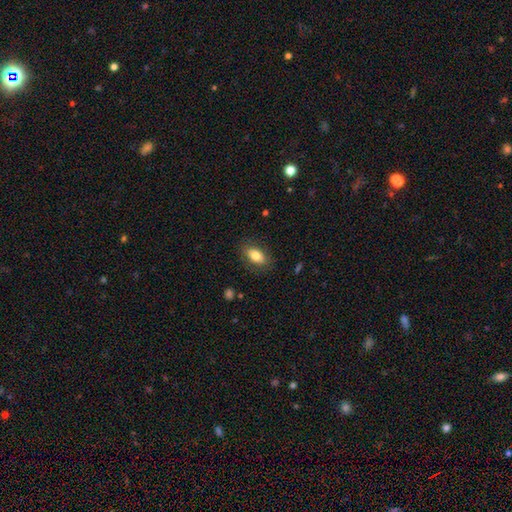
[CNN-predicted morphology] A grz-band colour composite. It shows a smooth galaxy with no disk features (77%) that is in between round and cigar-shaped (89%). Merging: none (84%).